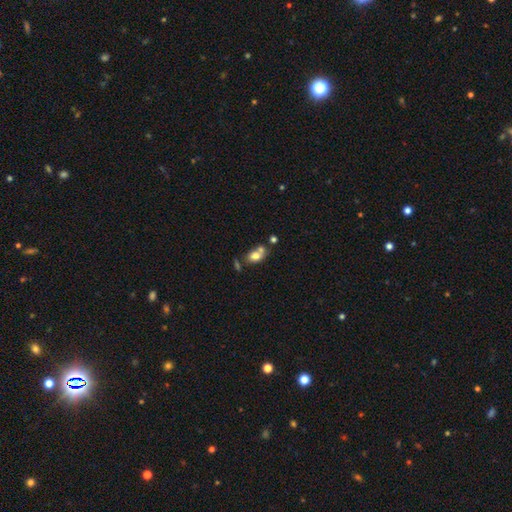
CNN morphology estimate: Overall: smooth (72%). How rounded: in between (68%; round 30%). Merging: merger (44%; none 38%).